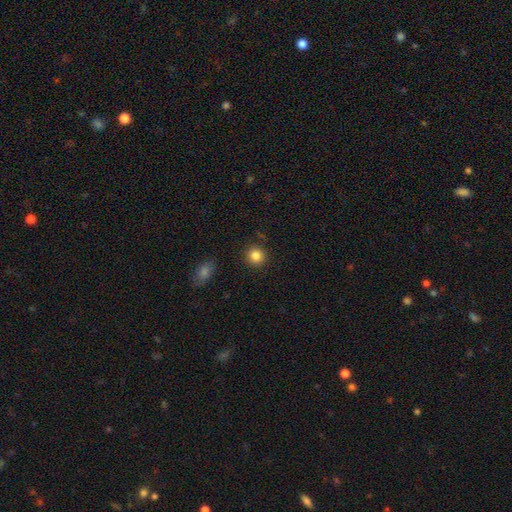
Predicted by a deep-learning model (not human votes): Smooth or featured? Predicted: smooth (p=0.85). How rounded? Predicted: round (p=0.90). Merging? Predicted: none (p=0.89).